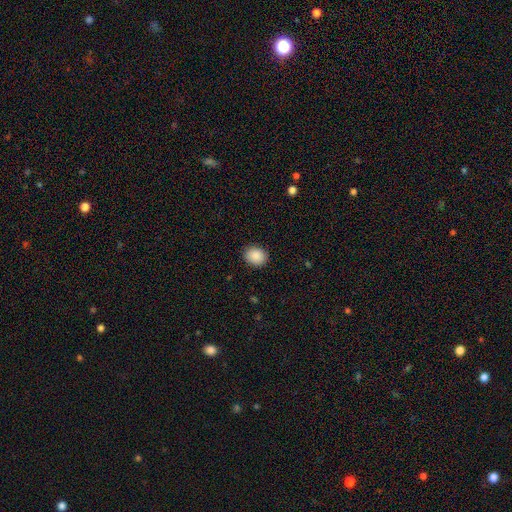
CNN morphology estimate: type=smooth (89%); roundness=round (55%); merging=none (90%).